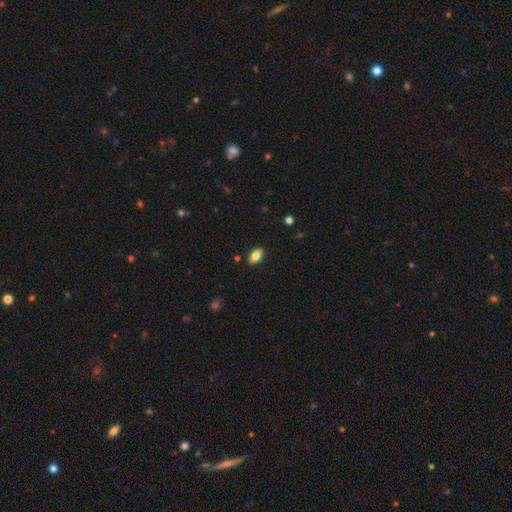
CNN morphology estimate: The model was most divided on "smooth or featured": smooth: 81%, featured or disk: 12%, star or artifact: 8%. More confident: how rounded — in between (91%); merging — none (88%).